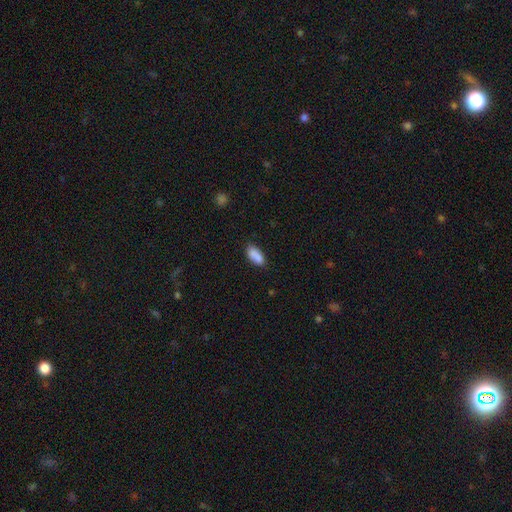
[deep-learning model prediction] Smooth or featured?
  - smooth: 86% *
  - star or artifact: 8%
  - featured or disk: 6%
How rounded?
  - in between: 86% *
  - cigar-shaped: 11%
  - round: 3%
Merging?
  - none: 72% *
  - minor disturbance: 17%
  - merger: 7%
  - major disturbance: 4%